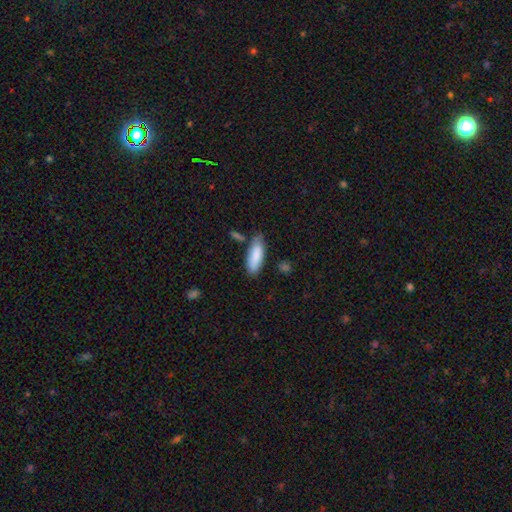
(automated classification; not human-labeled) Smooth or featured? Predicted: smooth (p=0.86). How rounded? Predicted: in between (p=0.64). Merging? Predicted: none (p=0.70).